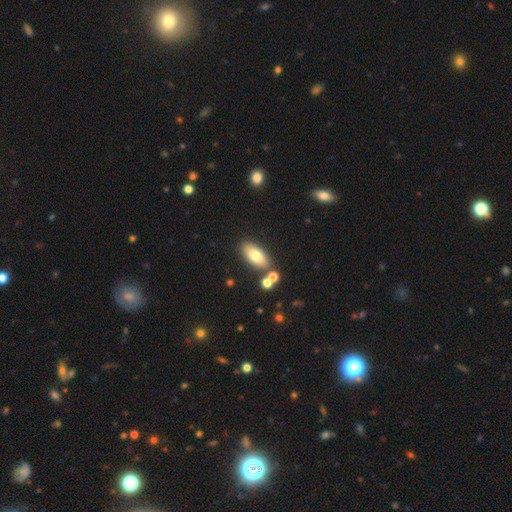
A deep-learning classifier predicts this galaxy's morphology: smooth-or-featured: smooth: 74% | featured or disk: 18% | star or artifact: 8%
  how-rounded: in between: 86% | cigar-shaped: 10% | round: 4%
  merging: none: 76% | merger: 11% | minor disturbance: 10% | major disturbance: 3%